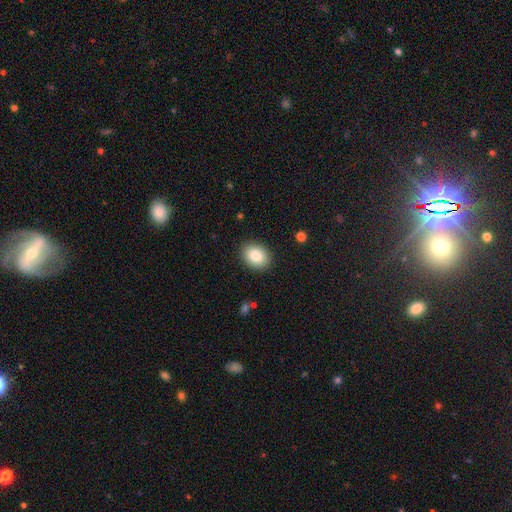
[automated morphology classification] smooth_or_featured: smooth (p=0.85) [alt: star or artifact p=0.08]
how_rounded: in between (p=0.65) [alt: round p=0.34]
merging: none (p=0.89) [alt: minor disturbance p=0.08]